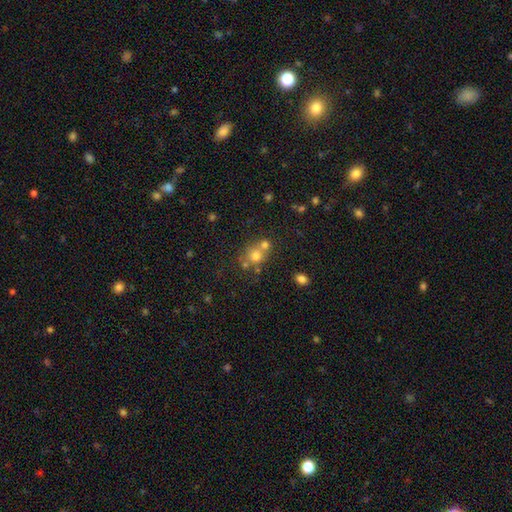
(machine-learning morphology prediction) This is likely a smooth galaxy (69%). How rounded: clearly round (82%). Merging: possibly none (46%).